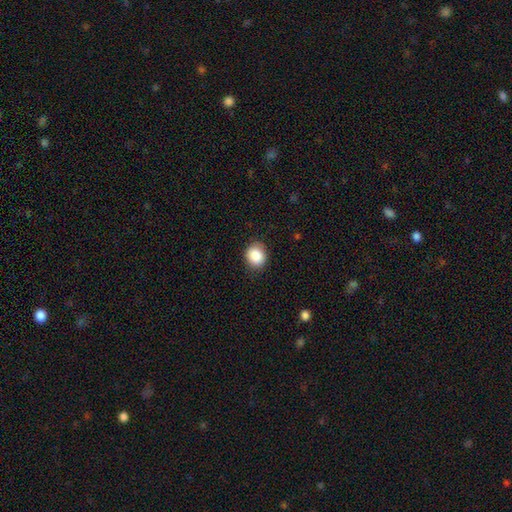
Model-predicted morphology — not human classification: Smooth or featured? Predicted: smooth (p=0.88). How rounded? Predicted: round (p=0.71). Merging? Predicted: none (p=0.86).